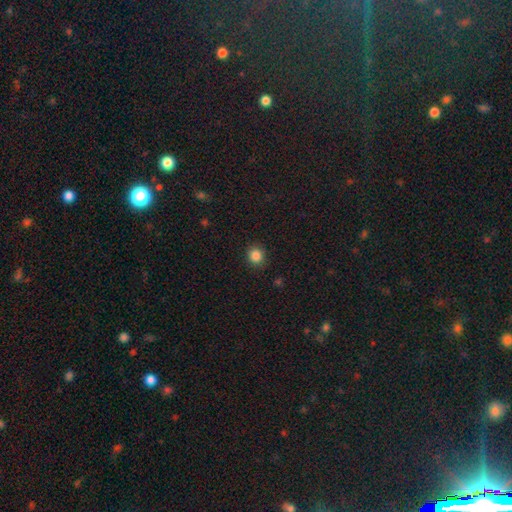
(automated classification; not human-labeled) Smooth or featured? Predicted: smooth (p=0.85). How rounded? Predicted: round (p=0.86). Merging? Predicted: none (p=0.89).